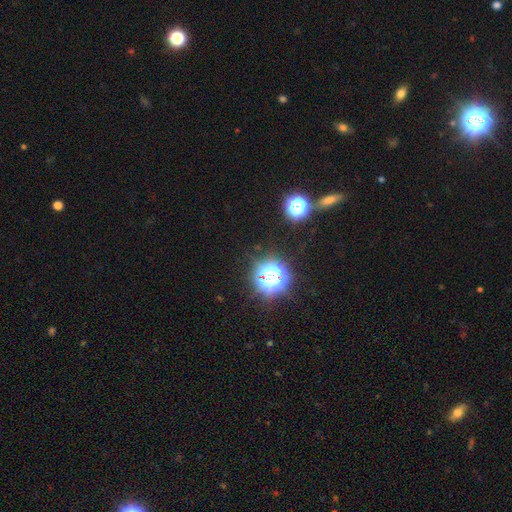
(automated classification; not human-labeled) Smooth or featured? star or artifact (75%)